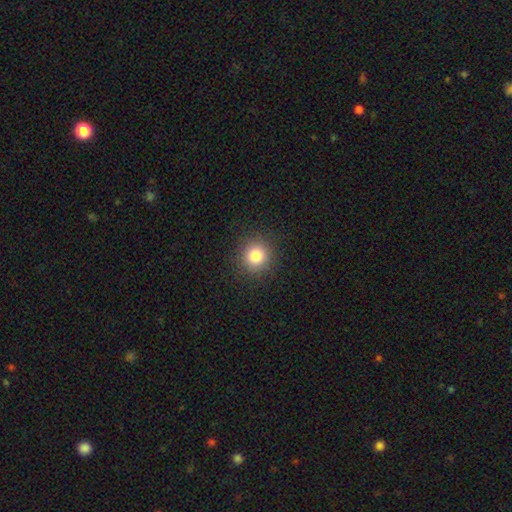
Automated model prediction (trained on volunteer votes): smooth_or_featured: smooth (p=0.80) [alt: star or artifact p=0.13]
how_rounded: round (p=0.93) [alt: in between p=0.06]
merging: none (p=0.90) [alt: minor disturbance p=0.06]